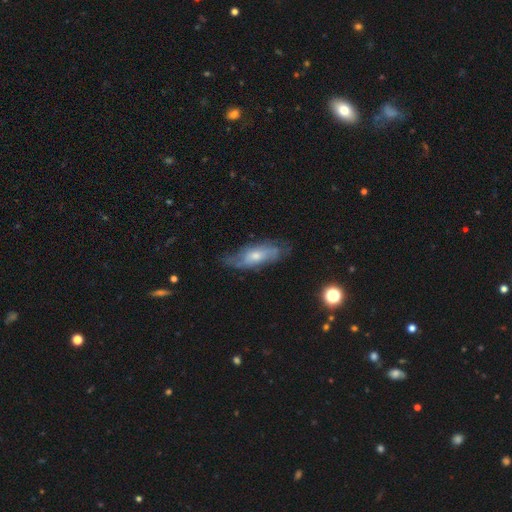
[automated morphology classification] featured or disk 57%, smooth 36%, star or artifact 7%. Down the decision tree: edge-on disk — no (76%); merging — none (62%).